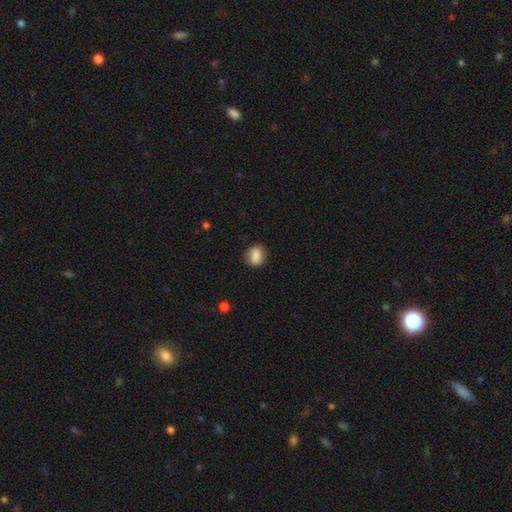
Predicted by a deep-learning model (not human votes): Smooth or featured?
  - smooth: 79% *
  - featured or disk: 13%
  - star or artifact: 8%
How rounded?
  - round: 50% *
  - in between: 48%
  - cigar-shaped: 2%
Merging?
  - none: 77% *
  - minor disturbance: 17%
  - major disturbance: 4%
  - merger: 2%